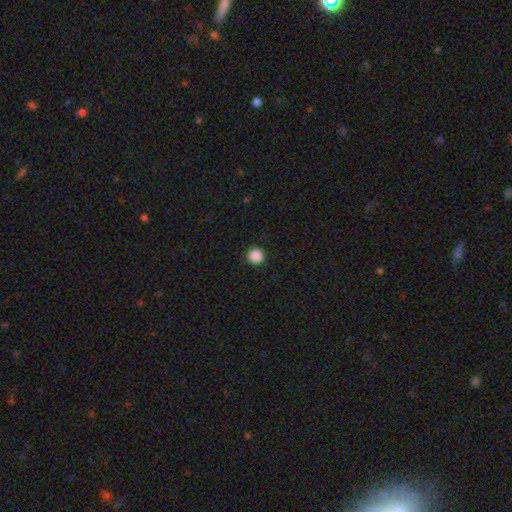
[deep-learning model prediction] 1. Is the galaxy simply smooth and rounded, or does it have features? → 88% smooth, 9% star or artifact, 2% featured or disk.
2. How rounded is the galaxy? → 96% round, 3% in between, 1% cigar-shaped.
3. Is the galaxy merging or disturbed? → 92% none, 5% minor disturbance, 2% major disturbance, 1% merger.